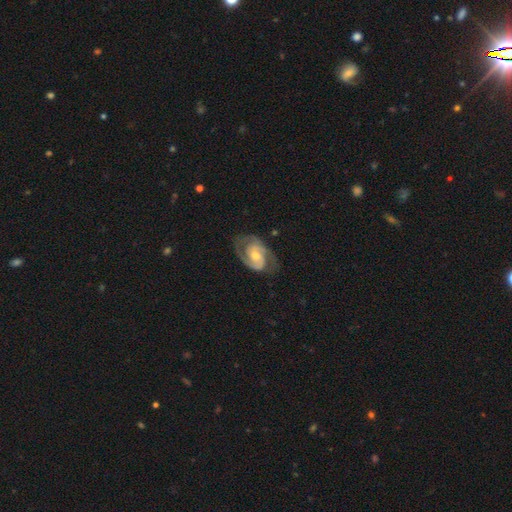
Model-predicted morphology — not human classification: This is clearly a featured or disk galaxy (87%). It is clearly not viewed edge-on (97%). Bar: possibly no (55%). Spiral arm pattern: clearly yes (96%). Spiral arm count: clearly 2 (86%). Spiral winding: possibly medium (46%). Central bulge: possibly moderate (58%). Merging: likely none (70%).